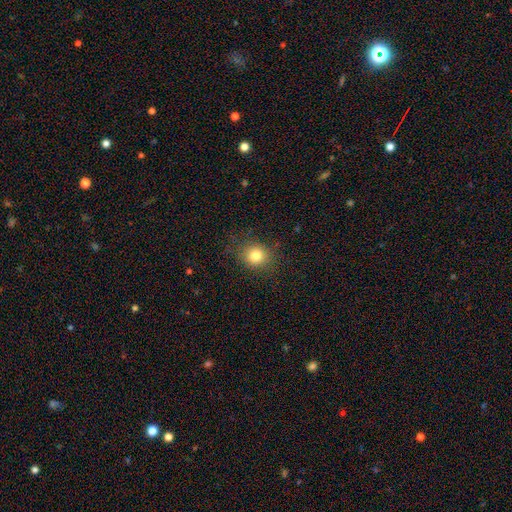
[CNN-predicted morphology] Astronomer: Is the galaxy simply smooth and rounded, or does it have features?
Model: smooth — 81%.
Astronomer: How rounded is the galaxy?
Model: round — 81%.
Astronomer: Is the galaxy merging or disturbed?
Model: none — 83%.